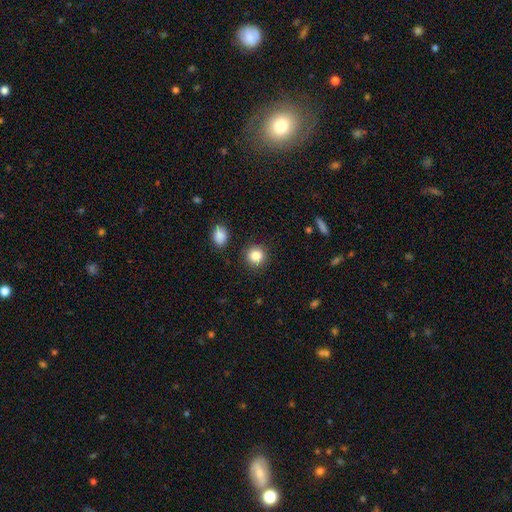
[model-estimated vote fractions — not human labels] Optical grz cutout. It shows a smooth galaxy with no disk features (85%) that is round (90%). Merging: none (89%).